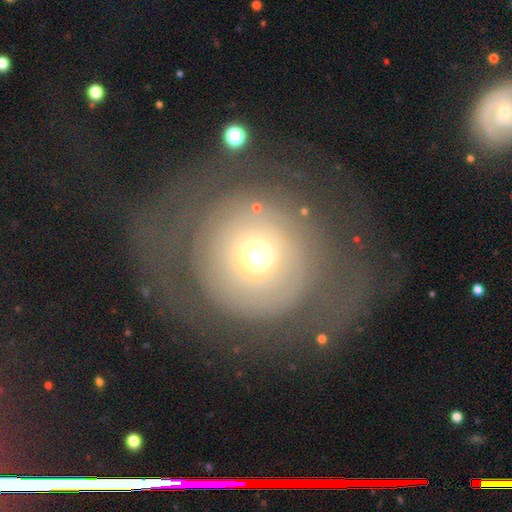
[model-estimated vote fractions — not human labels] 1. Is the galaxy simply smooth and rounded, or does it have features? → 51% featured or disk, 39% smooth, 10% star or artifact.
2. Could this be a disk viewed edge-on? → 96% no, 4% yes.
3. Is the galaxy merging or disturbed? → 59% none, 24% major disturbance, 14% minor disturbance, 3% merger.